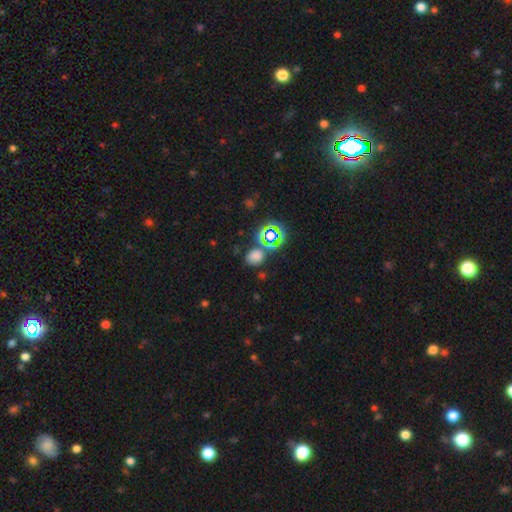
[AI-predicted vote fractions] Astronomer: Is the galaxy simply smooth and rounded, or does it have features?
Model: smooth — 66%.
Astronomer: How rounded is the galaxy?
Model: round — 64%.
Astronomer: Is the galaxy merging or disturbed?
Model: none — 74%.